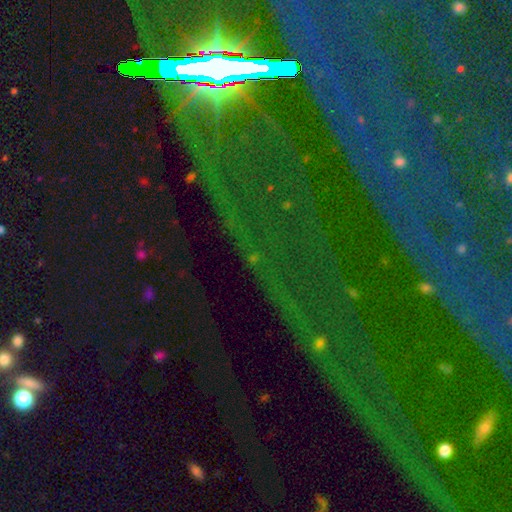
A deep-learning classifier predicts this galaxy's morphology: Overall: star or artifact (81%).